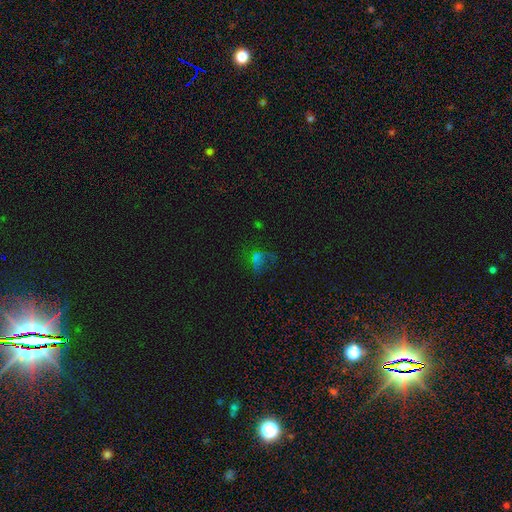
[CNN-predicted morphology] smooth-or-featured: star or artifact: 38% | smooth: 36% | featured or disk: 26%